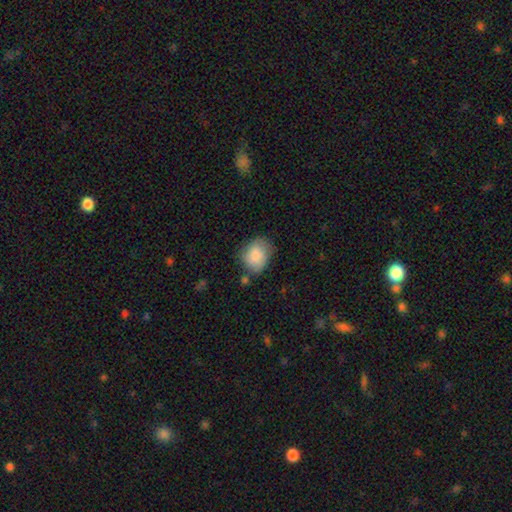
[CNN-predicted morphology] This appears to be a smooth galaxy with no disk features (84%) that is in between round and cigar-shaped (51%). Merging: none (61%).